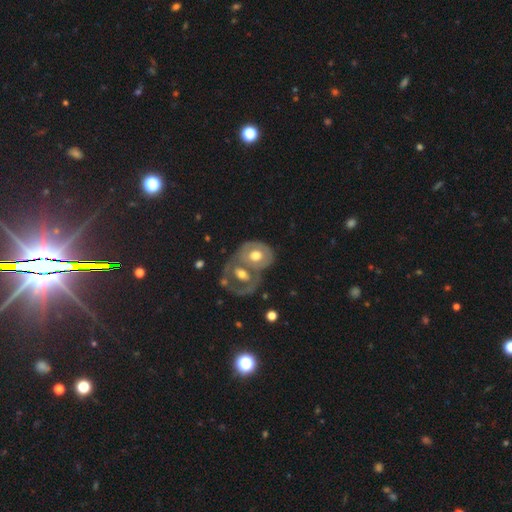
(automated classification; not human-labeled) smooth-or-featured: featured or disk: 52% | smooth: 42% | star or artifact: 6%
  disk-edge-on: no: 94% | yes: 6%
  merging: merger: 52% | none: 30% | minor disturbance: 11% | major disturbance: 7%